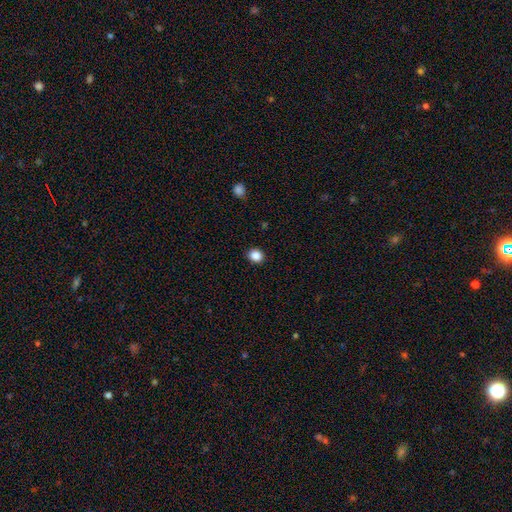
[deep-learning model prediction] smooth 86%, star or artifact 10%, featured or disk 3%. Down the decision tree: how rounded — round (72%); merging — none (91%).